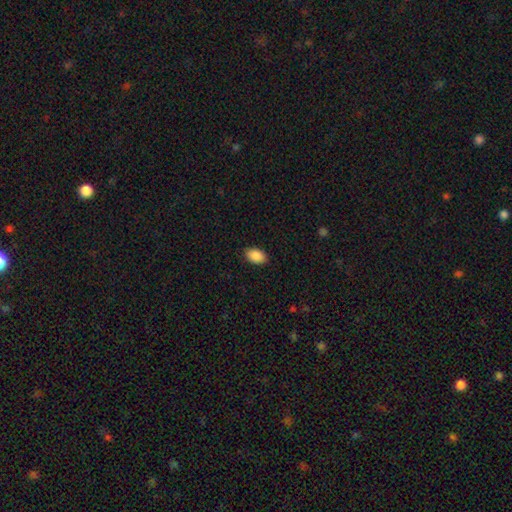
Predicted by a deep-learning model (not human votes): Overall: smooth (89%). How rounded: in between (91%). Merging: none (89%).